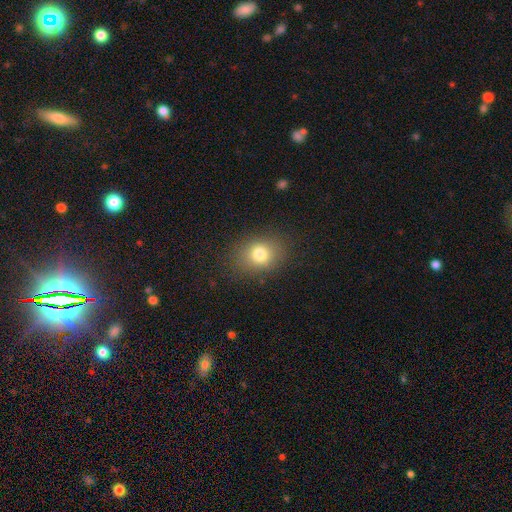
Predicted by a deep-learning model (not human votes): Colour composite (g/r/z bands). It shows a smooth galaxy with no disk features (78%) that is in between round and cigar-shaped (54%). Merging: none (83%).